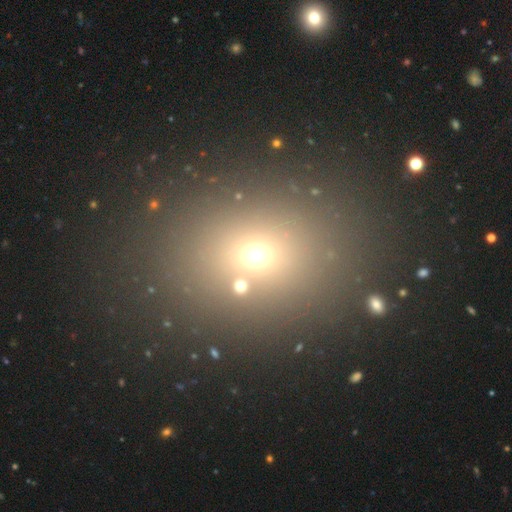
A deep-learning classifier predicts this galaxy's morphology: Smooth or featured: smooth — 62% (star or artifact — 28%)
How rounded: round — 53% (in between — 46%)
Merging: none — 81% (minor disturbance — 9%)